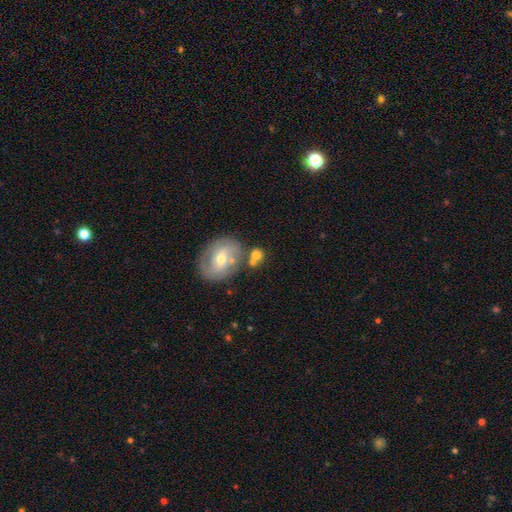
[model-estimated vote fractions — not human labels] smooth_or_featured: smooth (p=0.66) [alt: featured or disk p=0.24]
how_rounded: round (p=0.70) [alt: in between p=0.28]
merging: none (p=0.59) [alt: merger p=0.22]